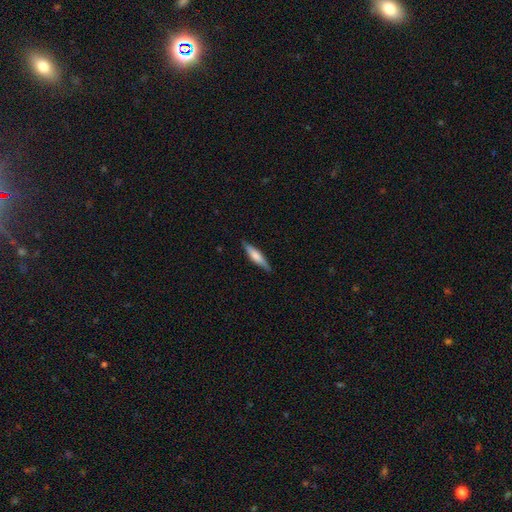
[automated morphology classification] Smooth or featured? smooth (61%)
How rounded? cigar-shaped (81%)
Merging? none (85%)